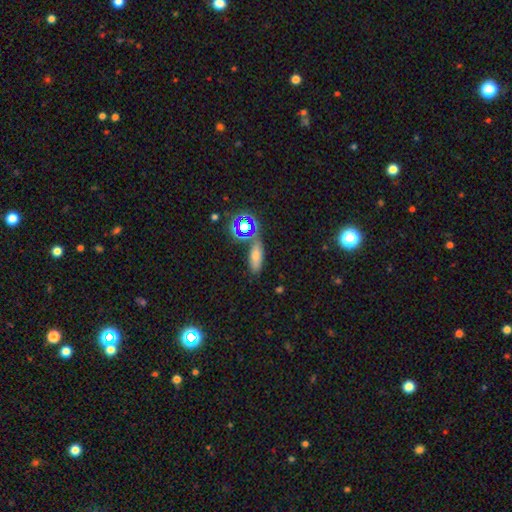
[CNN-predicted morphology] This appears to be a smooth galaxy with no disk features (55%) that is in between round and cigar-shaped (62%). Merging: none (70%).